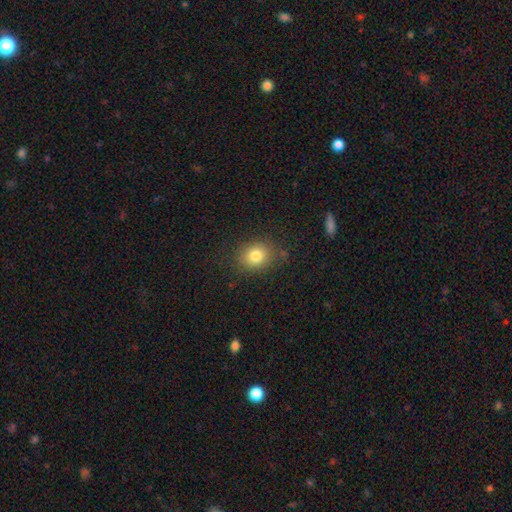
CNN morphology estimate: type=smooth (81%); roundness=round (63%); merging=none (83%).